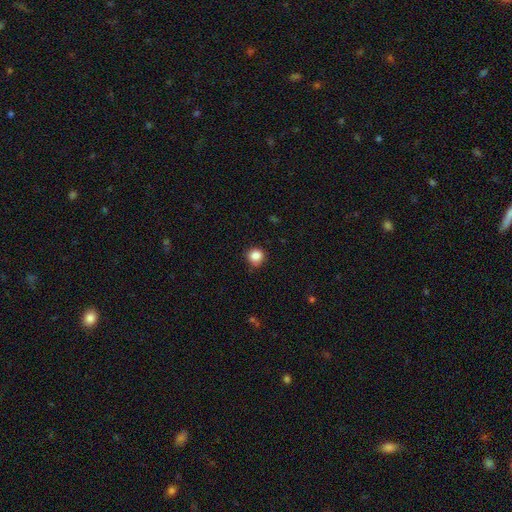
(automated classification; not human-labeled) Smooth or featured?
  - smooth: 86% *
  - star or artifact: 10%
  - featured or disk: 4%
How rounded?
  - round: 92% *
  - in between: 7%
  - cigar-shaped: 1%
Merging?
  - none: 84% *
  - minor disturbance: 13%
  - major disturbance: 2%
  - merger: 1%